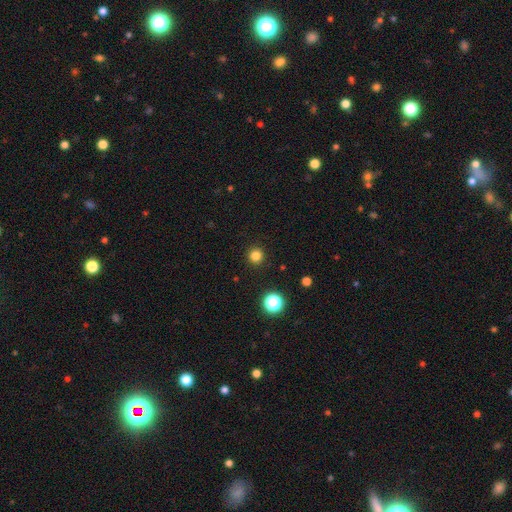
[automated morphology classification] Overall: smooth (81%). How rounded: round (95%). Merging: none (92%).